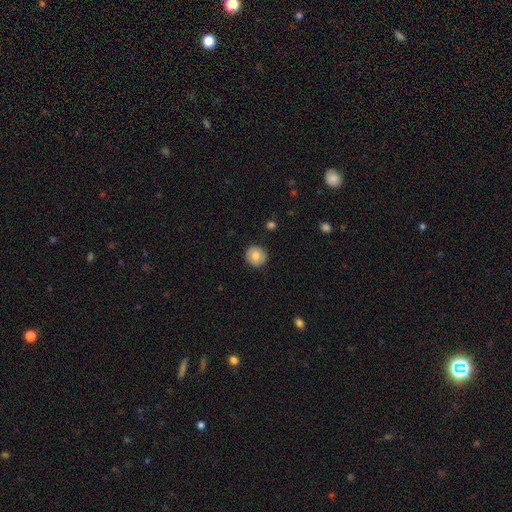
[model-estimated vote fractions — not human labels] Smooth or featured?
  - smooth: 77% *
  - featured or disk: 15%
  - star or artifact: 8%
How rounded?
  - round: 93% *
  - in between: 6%
  - cigar-shaped: 1%
Merging?
  - none: 91% *
  - minor disturbance: 6%
  - major disturbance: 2%
  - merger: 1%